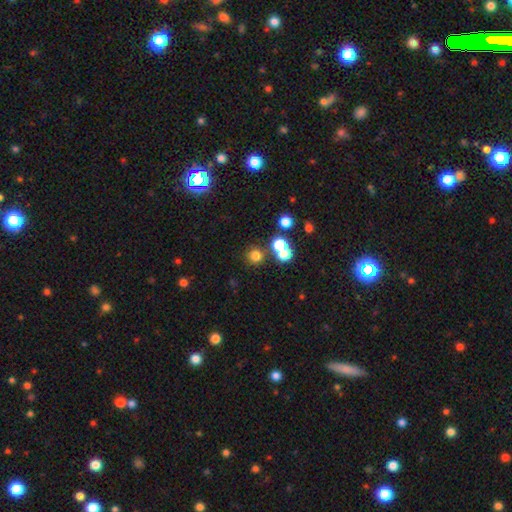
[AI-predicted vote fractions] Overall: smooth (73%). How rounded: round (93%). Merging: none (74%).